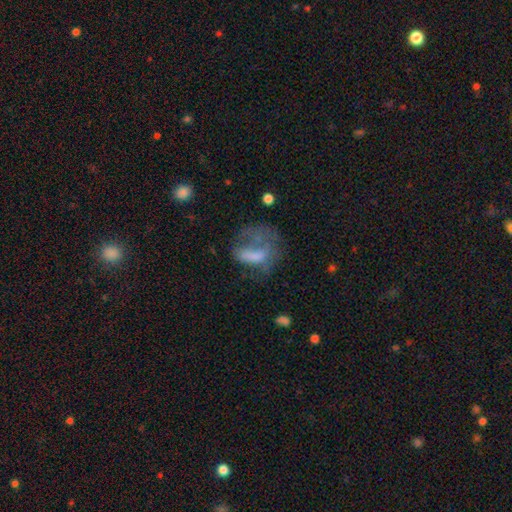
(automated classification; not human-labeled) Smooth or featured: smooth — 50% (featured or disk — 37%)
Merging: major disturbance — 50% (none — 27%)